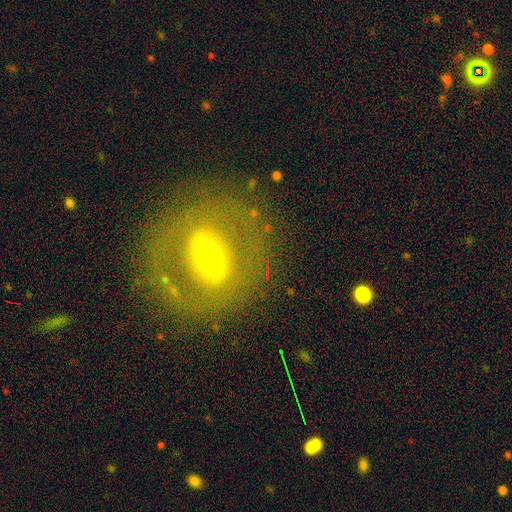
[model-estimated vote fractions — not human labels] Smooth or featured?
  - featured or disk: 63% *
  - smooth: 28%
  - star or artifact: 9%
Edge-on disk?
  - no: 92% *
  - yes: 8%
Bar?
  - no: 36% *
  - weak: 35%
  - strong: 29%
Spiral arms?
  - no: 73% *
  - yes: 27%
Bulge size?
  - small: 49% *
  - moderate: 46%
  - large: 3%
  - dominant: 1%
  - none: 1%
Merging?
  - none: 77% *
  - minor disturbance: 12%
  - major disturbance: 9%
  - merger: 2%